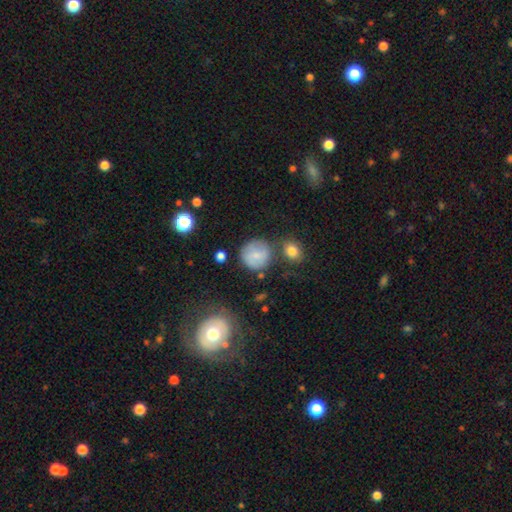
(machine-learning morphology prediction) Q: Smooth or featured?
A: smooth (75%); runner-up: featured or disk (15%)
Q: How rounded?
A: round (90%); runner-up: in between (9%)
Q: Merging?
A: none (66%); runner-up: minor disturbance (17%)